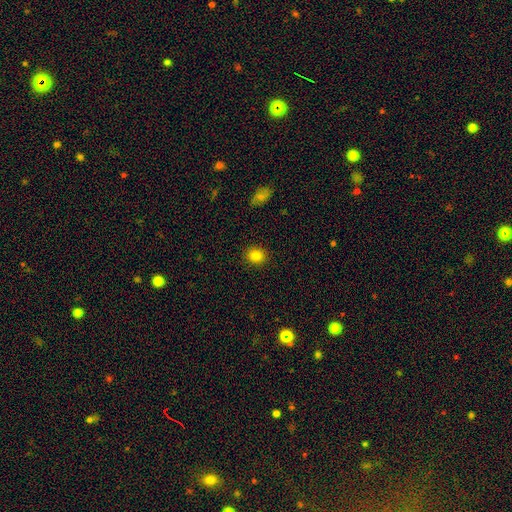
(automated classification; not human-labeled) smooth-or-featured: smooth: 83% | star or artifact: 11% | featured or disk: 6%
  how-rounded: round: 79% | in between: 20% | cigar-shaped: 1%
  merging: none: 91% | minor disturbance: 6% | major disturbance: 2% | merger: 1%